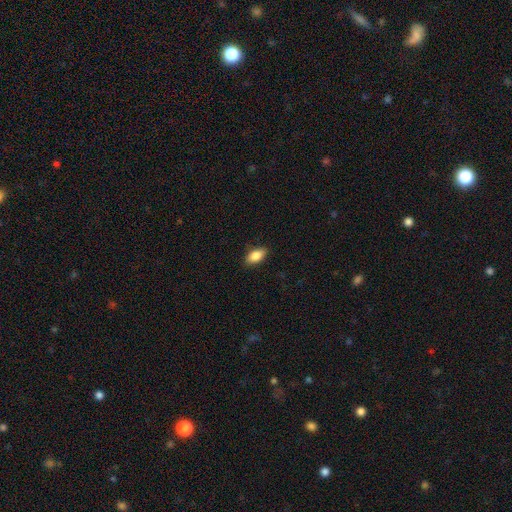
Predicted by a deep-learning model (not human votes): This appears to be a smooth galaxy with no disk features (85%) that is in between round and cigar-shaped (90%). Merging: none (87%).